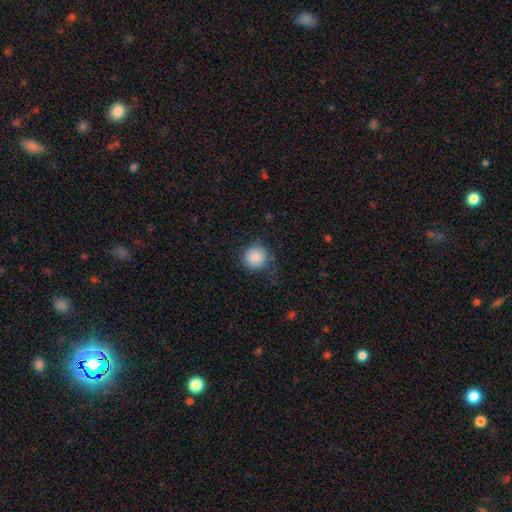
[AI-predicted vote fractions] This appears to be a smooth galaxy with no disk features (86%) that is round (91%). Merging: none (69%).